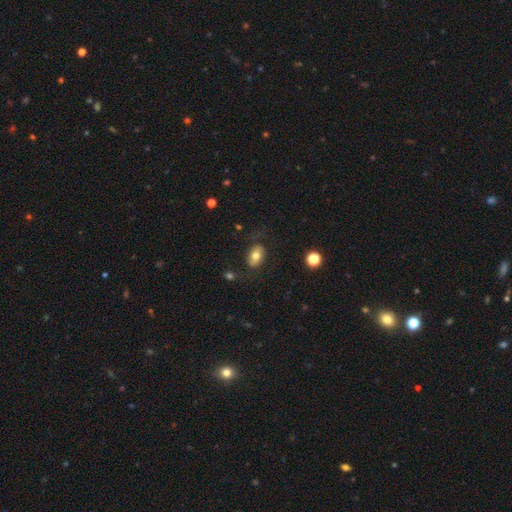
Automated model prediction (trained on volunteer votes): A smooth galaxy with no disk features (71%) that is in between round and cigar-shaped (87%). Merging: none (72%).